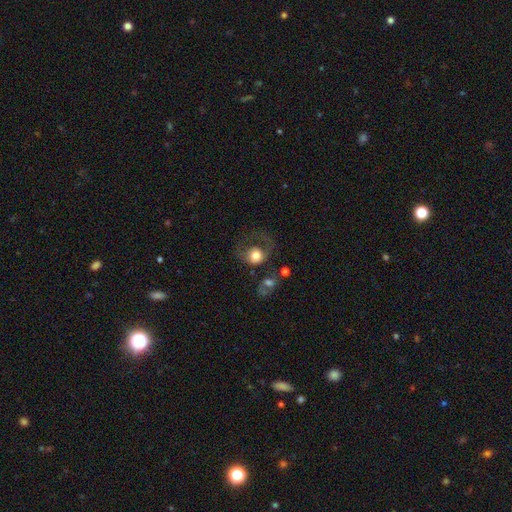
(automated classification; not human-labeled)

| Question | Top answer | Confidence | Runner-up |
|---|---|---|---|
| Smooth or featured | smooth | 66% | featured or disk (26%) |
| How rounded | round | 74% | in between (25%) |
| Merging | major disturbance | 41% | none (30%) |